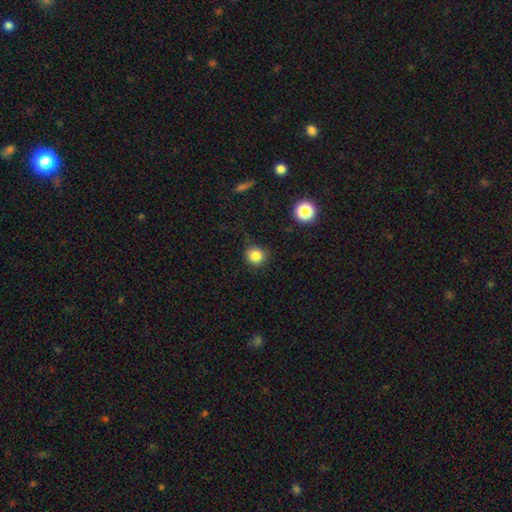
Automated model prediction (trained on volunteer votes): This appears to be a smooth galaxy with no disk features (84%) that is round (89%). Merging: none (77%).